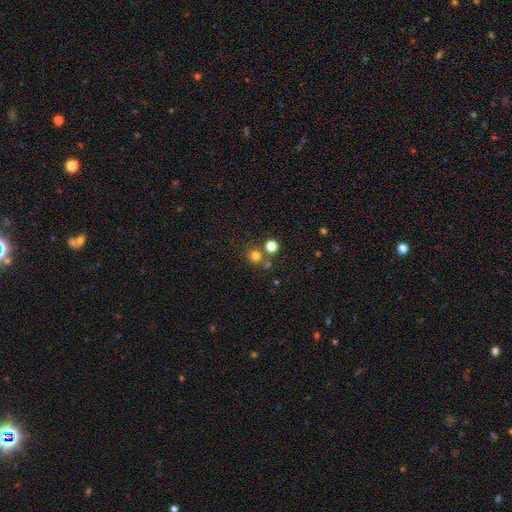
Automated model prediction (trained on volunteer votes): Smooth or featured? smooth (74%)
How rounded? round (90%)
Merging? none (68%)